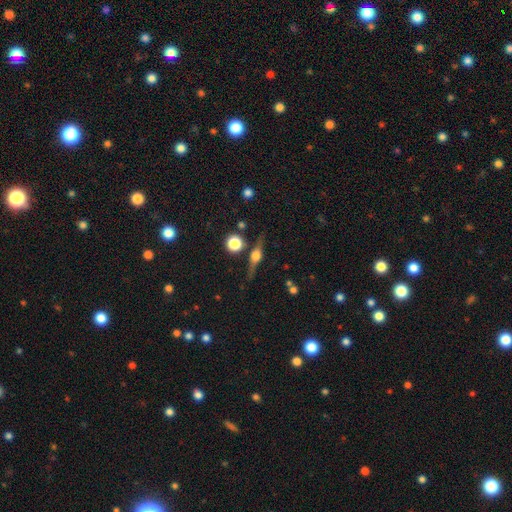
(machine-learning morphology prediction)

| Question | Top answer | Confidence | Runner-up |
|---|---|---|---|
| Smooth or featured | featured or disk | 76% | smooth (15%) |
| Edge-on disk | yes | 96% | no (4%) |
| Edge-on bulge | rounded | 93% | boxy (6%) |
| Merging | none | 81% | minor disturbance (12%) |